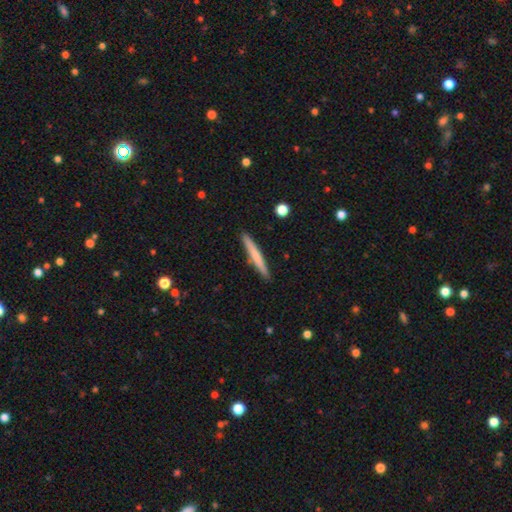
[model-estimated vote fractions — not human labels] Morphology: type=smooth (65%); roundness=cigar-shaped (96%); merging=none (90%).